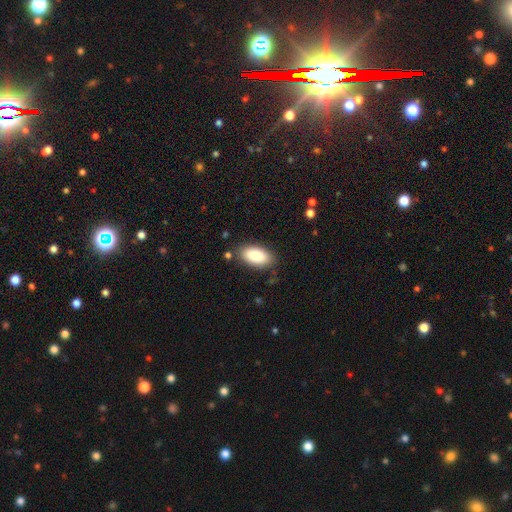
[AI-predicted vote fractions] smooth-or-featured: smooth: 89% | star or artifact: 6% | featured or disk: 5%
  how-rounded: in between: 94% | cigar-shaped: 4% | round: 2%
  merging: none: 83% | minor disturbance: 12% | major disturbance: 3% | merger: 2%